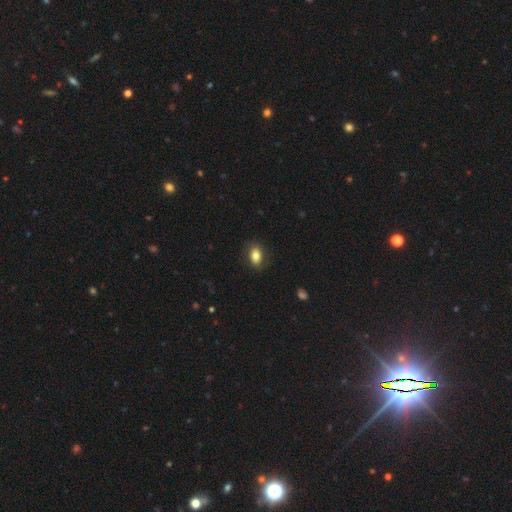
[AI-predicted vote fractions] The model was most divided on "how rounded": in between: 84%, round: 14%, cigar-shaped: 2%. More confident: merging — none (83%); smooth or featured — smooth (81%).